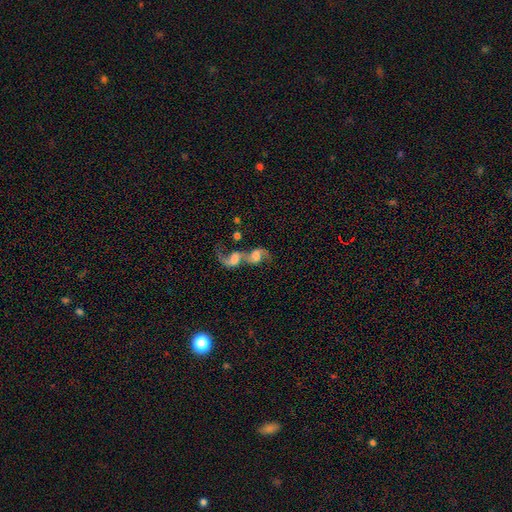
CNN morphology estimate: Smooth or featured?
  - featured or disk: 62% *
  - smooth: 28%
  - star or artifact: 10%
Edge-on disk?
  - no: 96% *
  - yes: 4%
Bar?
  - no: 57% *
  - weak: 33%
  - strong: 10%
Spiral arms?
  - yes: 82% *
  - no: 18%
Bulge size?
  - moderate: 35% *
  - large: 28%
  - none: 16%
  - small: 16%
  - dominant: 5%
Merging?
  - merger: 83% *
  - none: 7%
  - major disturbance: 7%
  - minor disturbance: 3%